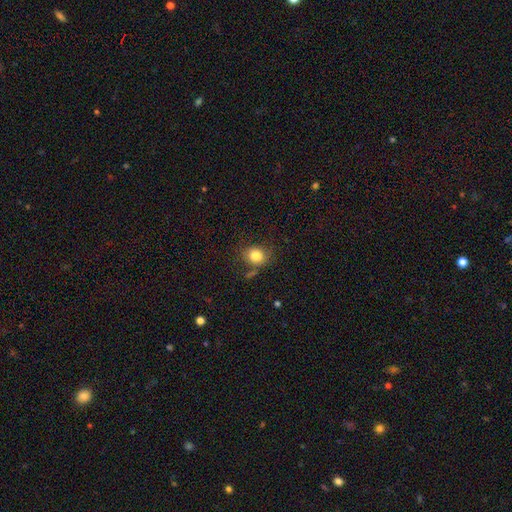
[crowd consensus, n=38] Volunteers were most divided on "how rounded": round: 58%, in between: 42%, cigar-shaped: 0%. More confident: smooth or featured — smooth (87%); merging — none (69%).